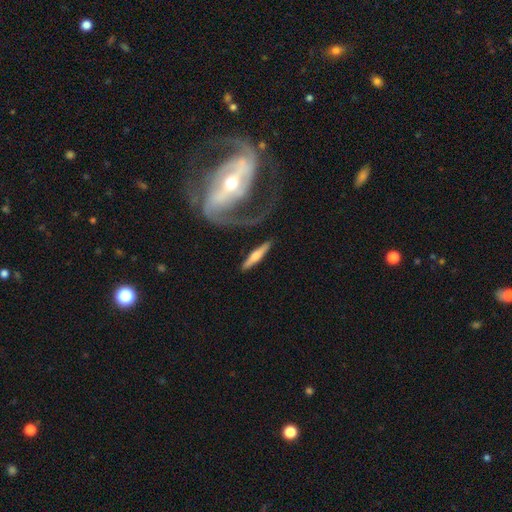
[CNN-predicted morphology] This is possibly a featured or disk galaxy (51%). It is clearly viewed edge-on (85%). Merging: likely none (78%).